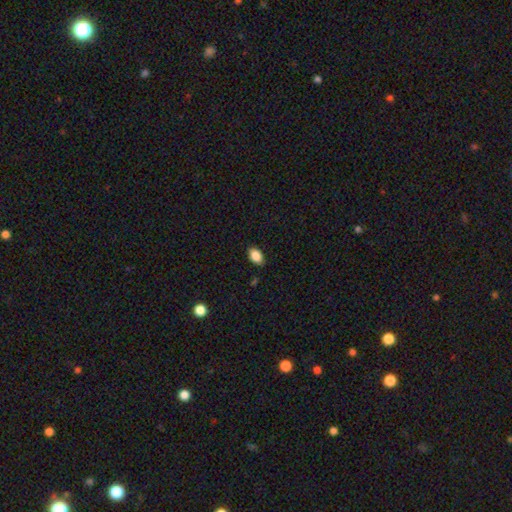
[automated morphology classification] Smooth or featured?
  - smooth: 87% *
  - star or artifact: 8%
  - featured or disk: 4%
How rounded?
  - in between: 89% *
  - round: 10%
  - cigar-shaped: 2%
Merging?
  - none: 86% *
  - minor disturbance: 10%
  - major disturbance: 2%
  - merger: 1%